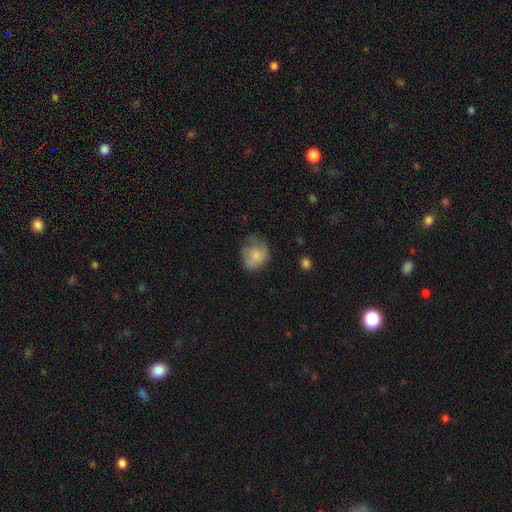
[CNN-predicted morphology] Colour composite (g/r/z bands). It shows a smooth galaxy with no disk features (67%) that is round (62%). Merging: none (45%).